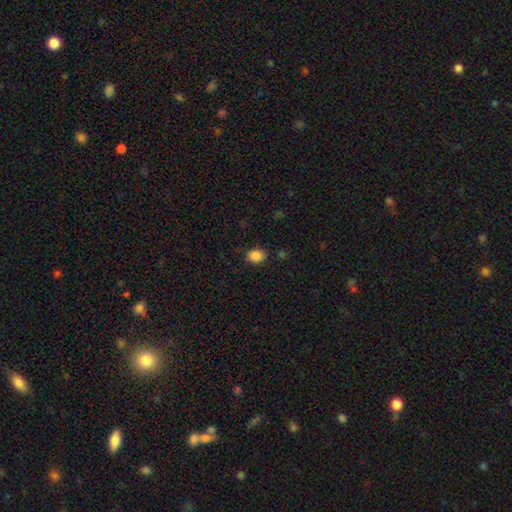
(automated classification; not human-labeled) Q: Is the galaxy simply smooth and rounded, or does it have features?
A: smooth — 87%.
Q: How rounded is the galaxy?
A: in between — 58%.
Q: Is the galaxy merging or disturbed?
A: none — 83%.